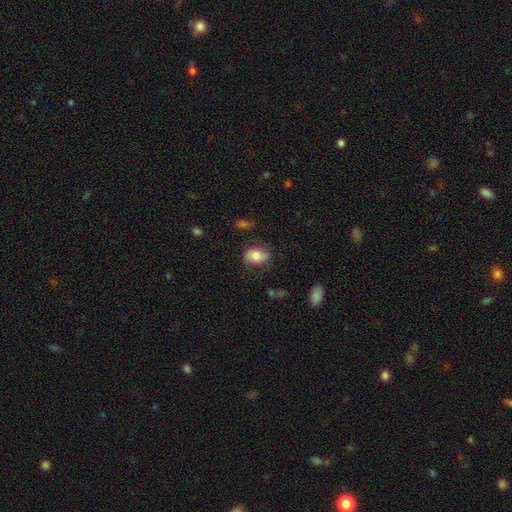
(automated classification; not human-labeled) Smooth or featured?
  - smooth: 73% *
  - featured or disk: 19%
  - star or artifact: 8%
How rounded?
  - in between: 81% *
  - round: 17%
  - cigar-shaped: 2%
Merging?
  - none: 73% *
  - minor disturbance: 20%
  - major disturbance: 6%
  - merger: 2%